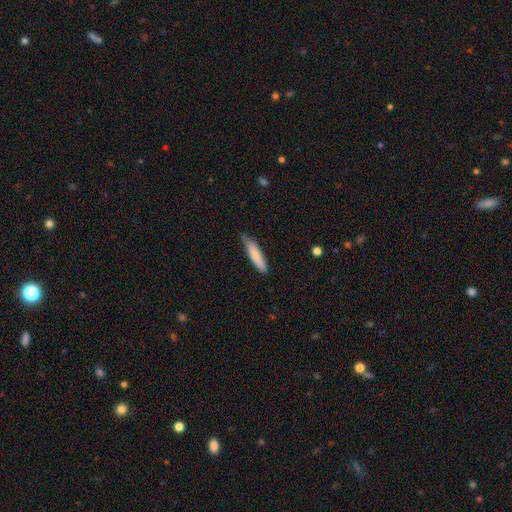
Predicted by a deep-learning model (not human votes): Smooth or featured?
  - smooth: 81% *
  - featured or disk: 13%
  - star or artifact: 6%
How rounded?
  - cigar-shaped: 82% *
  - in between: 17%
  - round: 1%
Merging?
  - none: 73% *
  - minor disturbance: 23%
  - major disturbance: 3%
  - merger: 2%